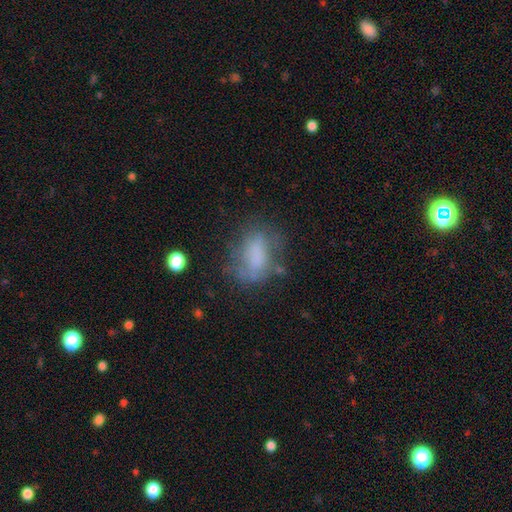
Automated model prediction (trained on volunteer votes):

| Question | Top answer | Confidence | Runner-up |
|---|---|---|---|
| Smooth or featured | smooth | 62% | featured or disk (26%) |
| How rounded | in between | 82% | round (14%) |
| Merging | none | 49% | minor disturbance (26%) |